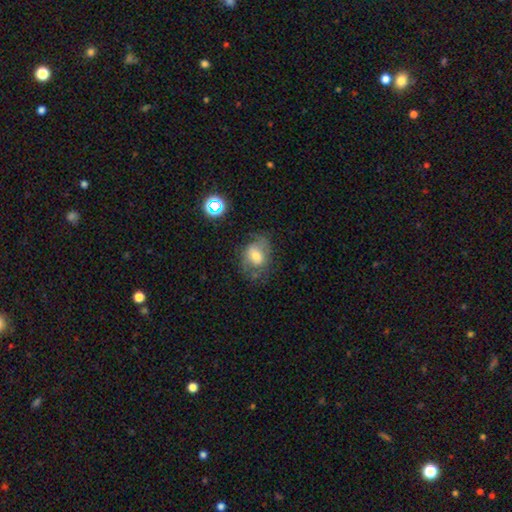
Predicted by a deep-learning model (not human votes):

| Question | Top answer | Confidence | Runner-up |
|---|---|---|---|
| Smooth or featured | smooth | 48% | featured or disk (41%) |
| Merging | none | 54% | minor disturbance (25%) |